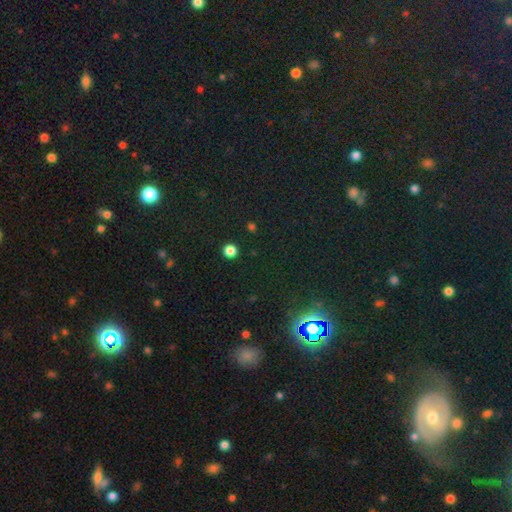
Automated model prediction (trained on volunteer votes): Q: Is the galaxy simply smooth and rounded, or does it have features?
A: star or artifact — 73%.